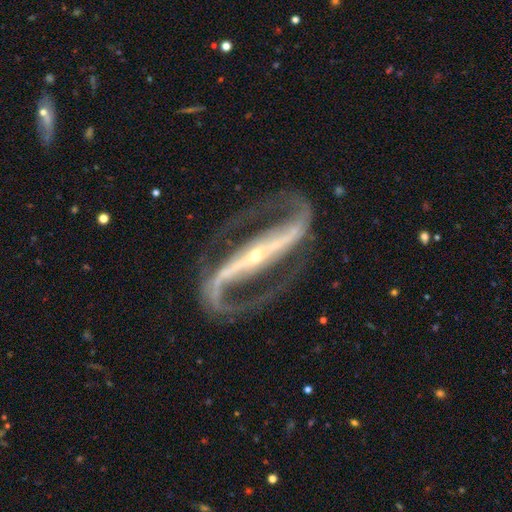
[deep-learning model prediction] featured or disk 94%, star or artifact 4%, smooth 2%. Down the decision tree: edge-on disk — no (93%); bar — strong (84%); spiral arms — yes (98%); spiral arm count — 2 (95%); spiral winding — medium (54%); bulge size — small (84%); merging — none (81%).